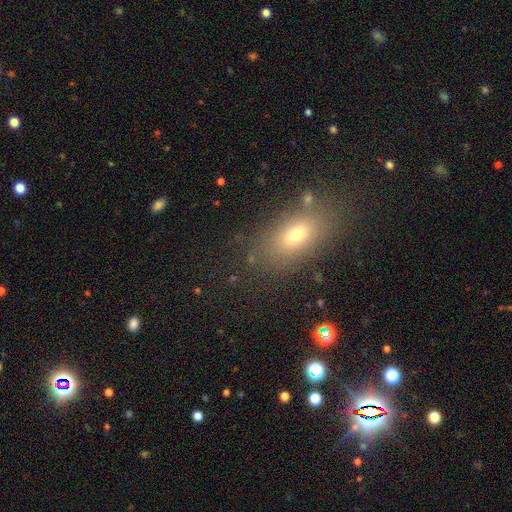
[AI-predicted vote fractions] A smooth galaxy with no disk features (66%) that is in between round and cigar-shaped (80%). Merging: none (80%).